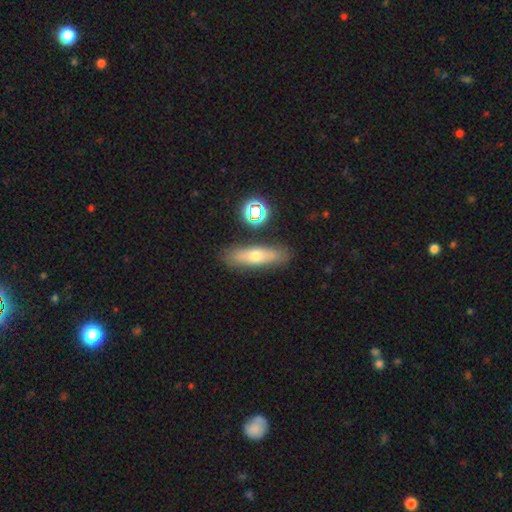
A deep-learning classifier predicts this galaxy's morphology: Smooth or featured: smooth — 53% (featured or disk — 37%)
How rounded: cigar-shaped — 59% (in between — 36%)
Merging: none — 83% (minor disturbance — 10%)